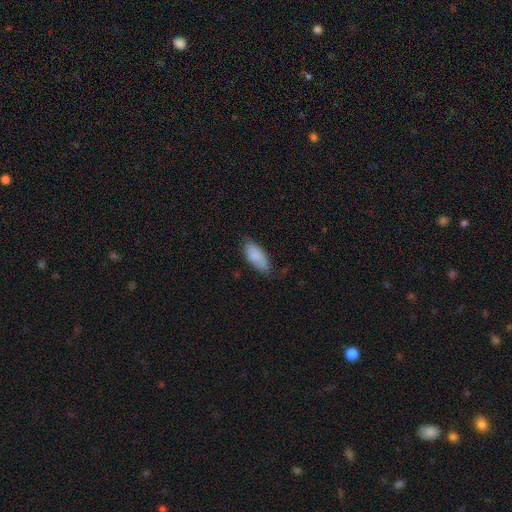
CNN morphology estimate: The model was most divided on "merging": none: 72%, minor disturbance: 23%, major disturbance: 4%, merger: 1%. More confident: smooth or featured — smooth (86%); how rounded — in between (81%).